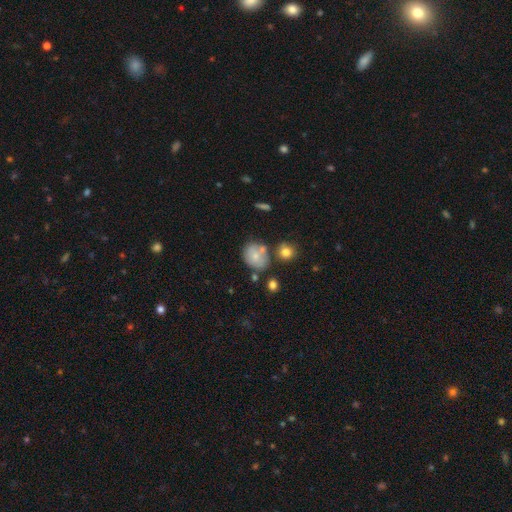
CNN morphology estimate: smooth_or_featured: smooth (p=0.69) [alt: featured or disk p=0.21]
how_rounded: in between (p=0.50) [alt: round p=0.49]
merging: none (p=0.55) [alt: minor disturbance p=0.20]